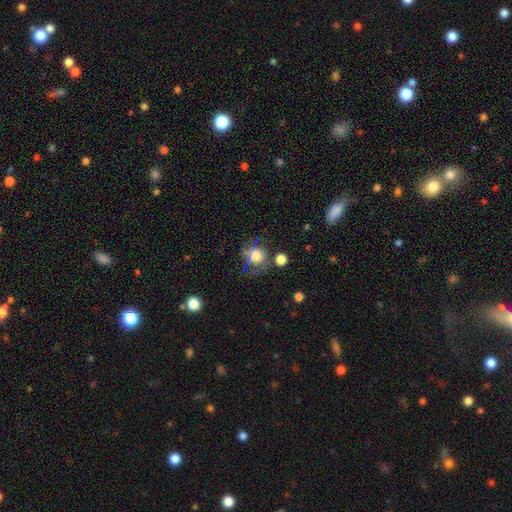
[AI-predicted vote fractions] This is likely a smooth galaxy (68%). How rounded: likely round (78%). Merging: possibly none (56%).